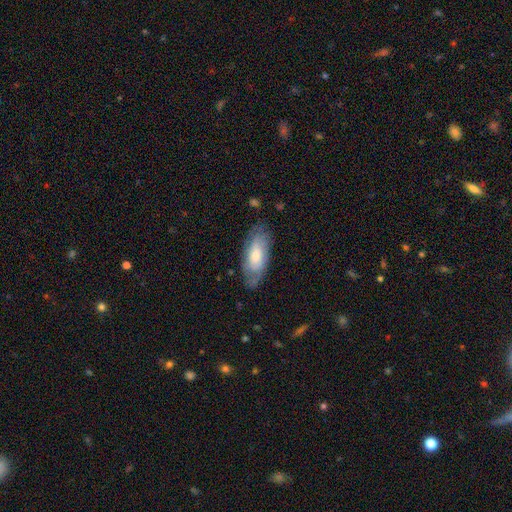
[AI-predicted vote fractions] Overall: smooth (49%; featured or disk 44%). Merging: none (72%).